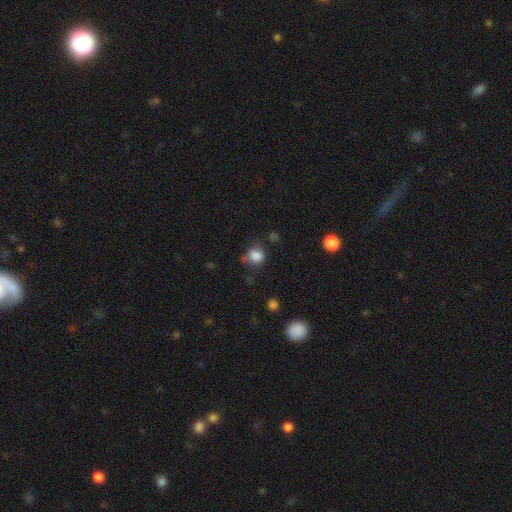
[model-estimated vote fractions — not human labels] This appears to be a smooth galaxy with no disk features (83%) that is round (70%). Merging: none (58%).